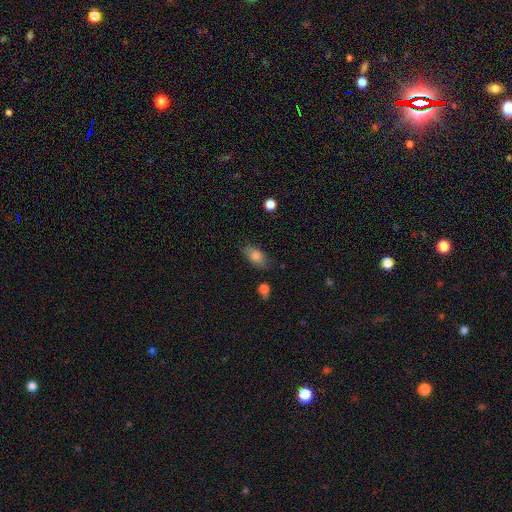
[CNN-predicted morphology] Smooth or featured: smooth — 80% (featured or disk — 12%)
How rounded: in between — 87% (cigar-shaped — 7%)
Merging: none — 78% (minor disturbance — 15%)